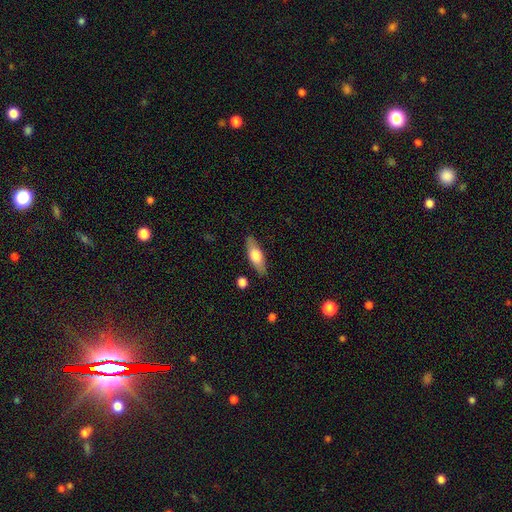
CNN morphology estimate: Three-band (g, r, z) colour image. It shows a smooth galaxy with no disk features (58%) that is in between round and cigar-shaped (58%). Merging: none (85%).